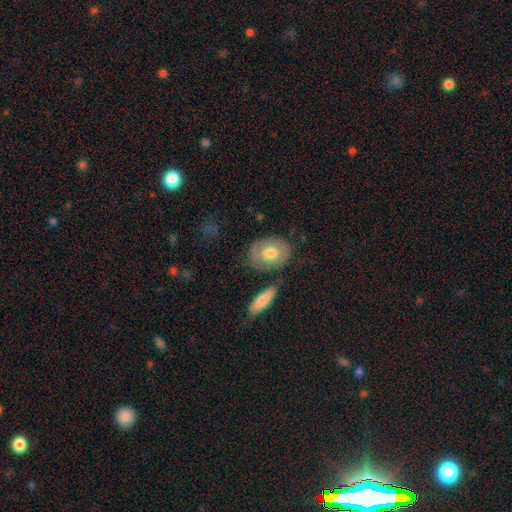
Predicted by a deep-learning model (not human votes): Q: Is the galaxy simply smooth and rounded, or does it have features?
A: smooth — 44%.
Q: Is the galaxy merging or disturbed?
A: none — 74%.